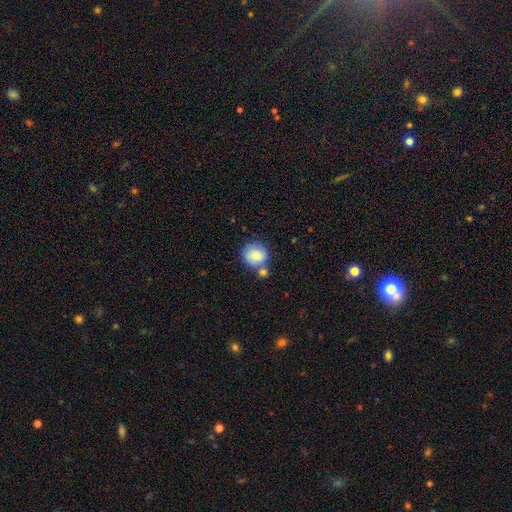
Morphology: type=smooth (89%); roundness=round (88%); merging=none (76%).